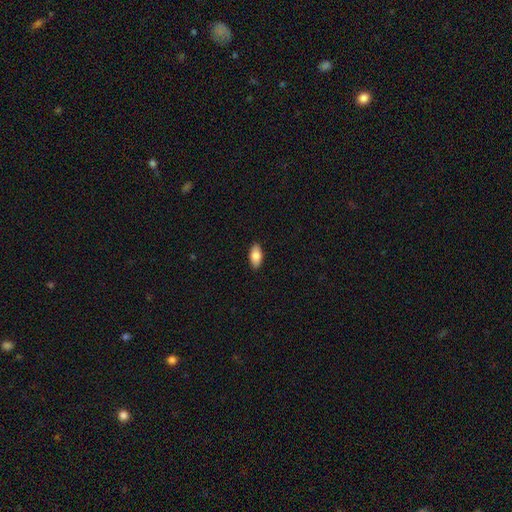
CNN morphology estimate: smooth_or_featured: smooth (p=0.82) [alt: featured or disk p=0.11]
how_rounded: in between (p=0.92) [alt: cigar-shaped p=0.06]
merging: none (p=0.90) [alt: minor disturbance p=0.08]